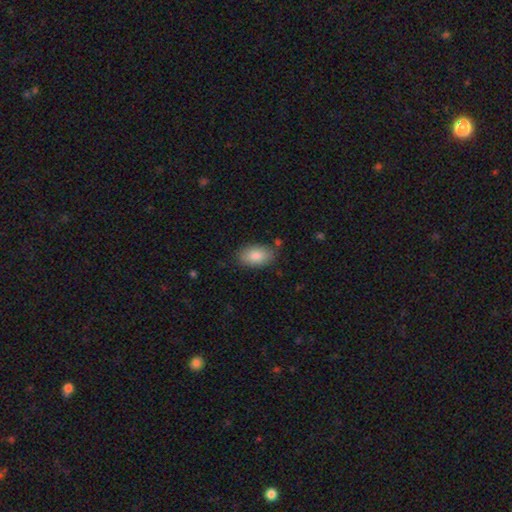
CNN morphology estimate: This appears to be a smooth galaxy with no disk features (86%) that is in between round and cigar-shaped (93%). Merging: none (82%).